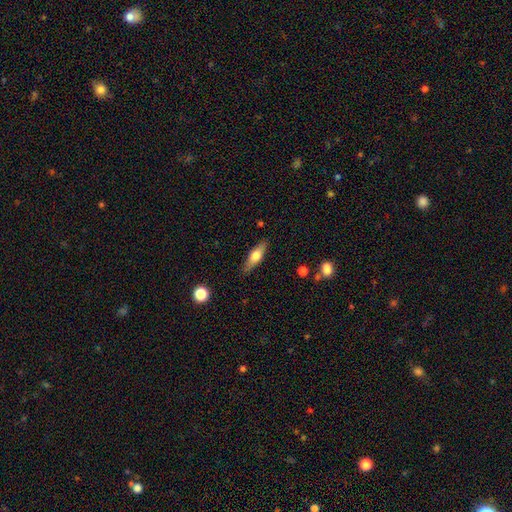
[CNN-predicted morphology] A smooth galaxy with no disk features (58%) that is cigar-shaped (52%). Merging: none (85%).